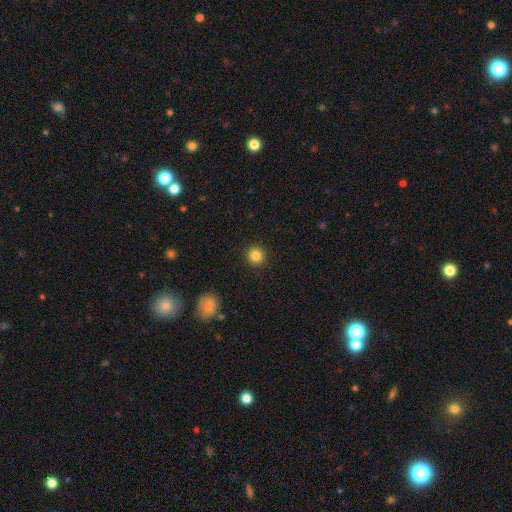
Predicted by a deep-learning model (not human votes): A smooth galaxy with no disk features (85%) that is round (92%). Merging: none (92%).